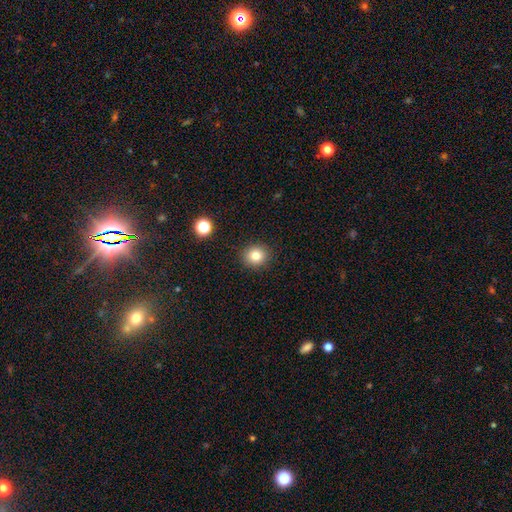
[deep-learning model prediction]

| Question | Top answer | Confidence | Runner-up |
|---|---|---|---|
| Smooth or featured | smooth | 82% | star or artifact (12%) |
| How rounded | round | 84% | in between (15%) |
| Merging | none | 90% | minor disturbance (7%) |